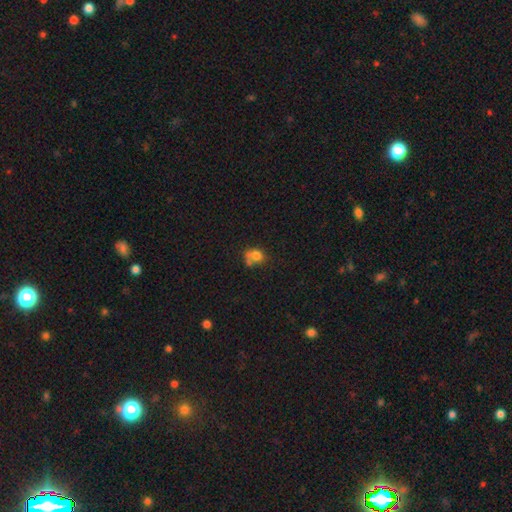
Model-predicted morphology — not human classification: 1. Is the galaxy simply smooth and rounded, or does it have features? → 72% smooth, 16% featured or disk, 12% star or artifact.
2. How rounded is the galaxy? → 50% round, 49% in between, 1% cigar-shaped.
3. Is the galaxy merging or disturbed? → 33% none, 27% merger, 21% minor disturbance, 19% major disturbance.